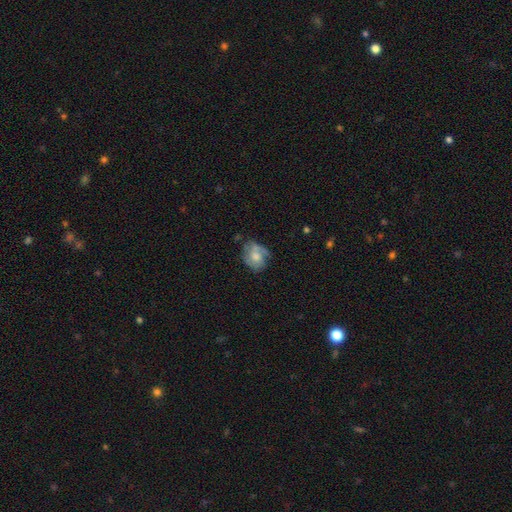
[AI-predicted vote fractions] featured or disk 54%, smooth 38%, star or artifact 8%. Down the decision tree: edge-on disk — no (97%); bar — no (74%); spiral arms — yes (78%); bulge size — moderate (53%); merging — none (58%).